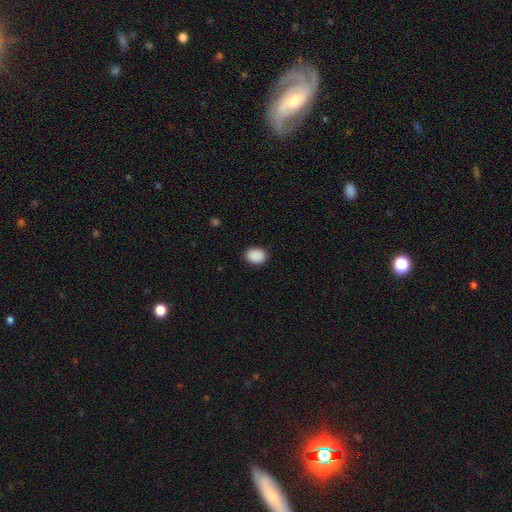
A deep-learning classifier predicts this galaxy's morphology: This appears to be a smooth galaxy with no disk features (90%) that is in between round and cigar-shaped (54%). Merging: none (89%).